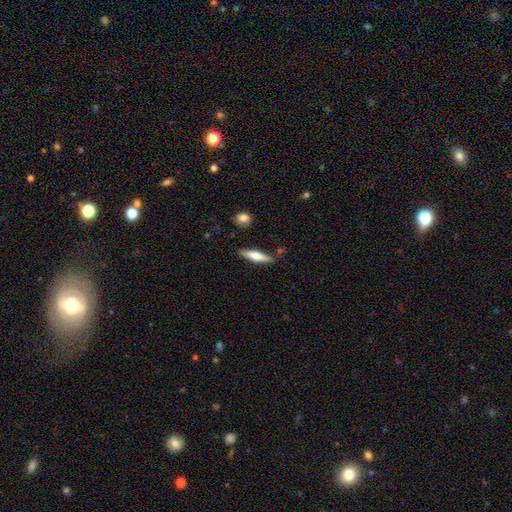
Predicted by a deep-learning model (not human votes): Smooth or featured?
  - smooth: 58% *
  - featured or disk: 36%
  - star or artifact: 6%
How rounded?
  - cigar-shaped: 76% *
  - in between: 22%
  - round: 2%
Merging?
  - none: 84% *
  - minor disturbance: 11%
  - merger: 3%
  - major disturbance: 2%